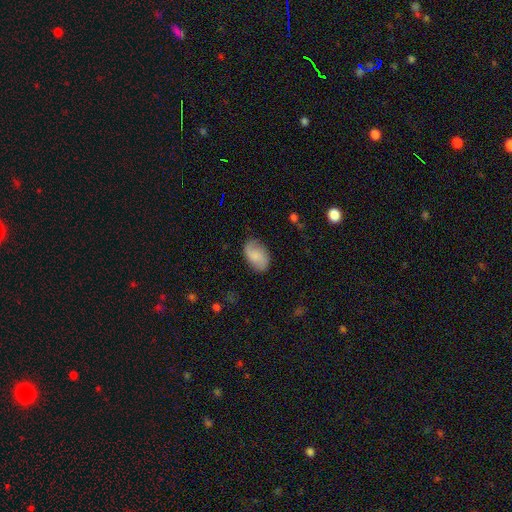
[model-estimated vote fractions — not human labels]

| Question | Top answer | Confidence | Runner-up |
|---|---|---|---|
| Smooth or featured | smooth | 65% | featured or disk (28%) |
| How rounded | in between | 91% | round (8%) |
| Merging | none | 76% | minor disturbance (18%) |